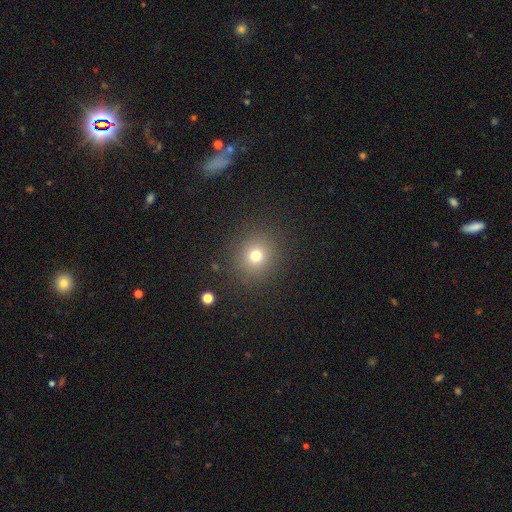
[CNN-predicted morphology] smooth 73%, star or artifact 18%, featured or disk 9%. Down the decision tree: how rounded — round (91%); merging — none (89%).